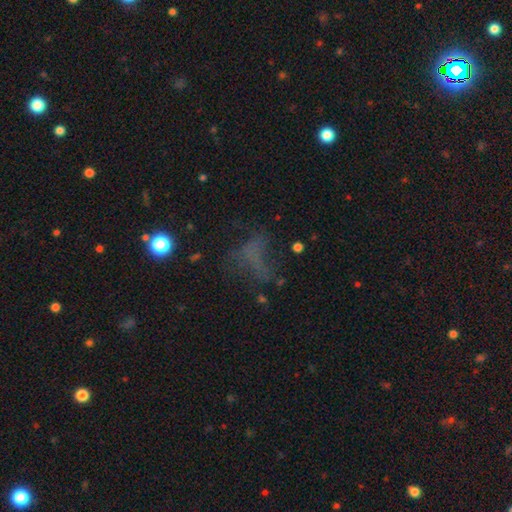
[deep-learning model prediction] smooth-or-featured: star or artifact: 39% | smooth: 35% | featured or disk: 26%